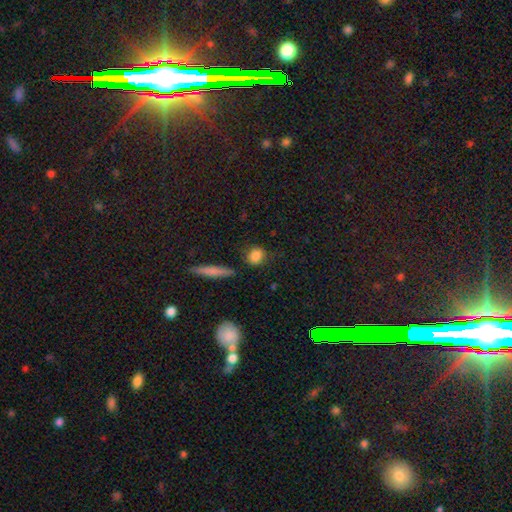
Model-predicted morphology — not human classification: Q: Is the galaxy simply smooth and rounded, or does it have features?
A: smooth — 83%.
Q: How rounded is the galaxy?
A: round — 64%.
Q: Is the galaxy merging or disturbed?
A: none — 73%.